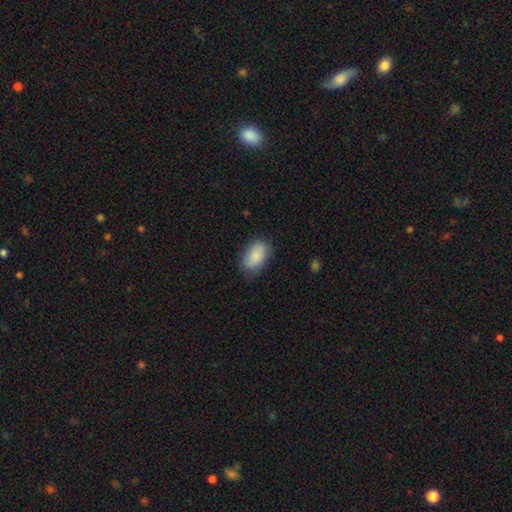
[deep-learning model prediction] Smooth or featured? Predicted: smooth (p=0.88). How rounded? Predicted: in between (p=0.92). Merging? Predicted: none (p=0.81).